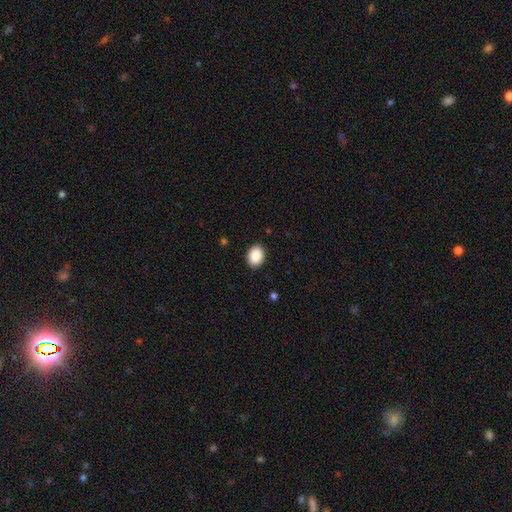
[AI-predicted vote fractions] The model was most divided on "how rounded": in between: 71%, round: 28%, cigar-shaped: 1%. More confident: merging — none (90%); smooth or featured — smooth (89%).